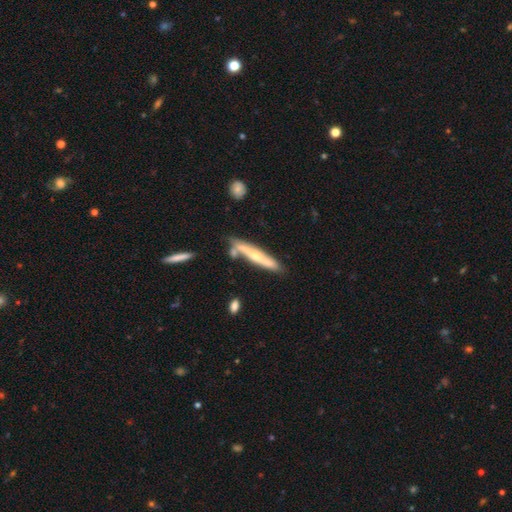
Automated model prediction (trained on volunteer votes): smooth-or-featured: featured or disk: 65% | smooth: 30% | star or artifact: 6%
  disk-edge-on: yes: 91% | no: 9%
    edge-on-bulge: rounded: 80% | none: 16% | boxy: 4%
  merging: none: 67% | minor disturbance: 19% | merger: 10% | major disturbance: 4%